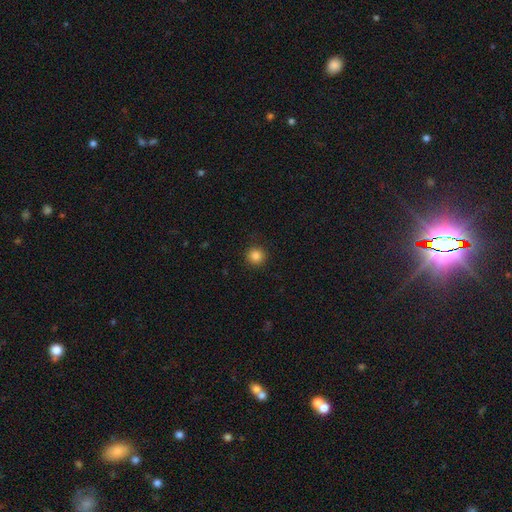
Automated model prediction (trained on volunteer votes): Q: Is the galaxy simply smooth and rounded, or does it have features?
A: smooth — 85%.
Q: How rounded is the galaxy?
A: round — 95%.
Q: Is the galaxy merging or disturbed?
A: none — 91%.